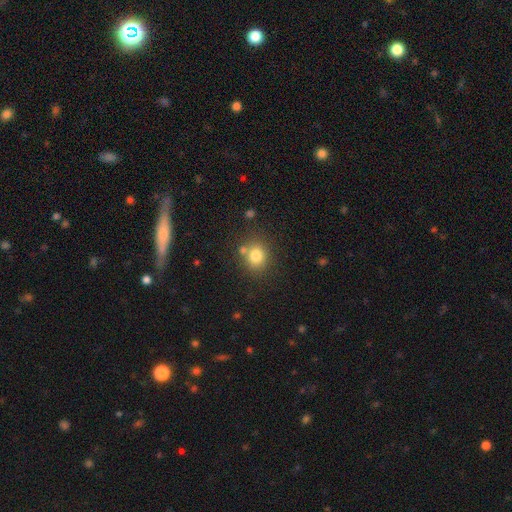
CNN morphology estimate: Smooth or featured?
  - smooth: 79% *
  - star or artifact: 12%
  - featured or disk: 9%
How rounded?
  - round: 72% *
  - in between: 27%
  - cigar-shaped: 1%
Merging?
  - none: 70% *
  - merger: 14%
  - minor disturbance: 12%
  - major disturbance: 4%